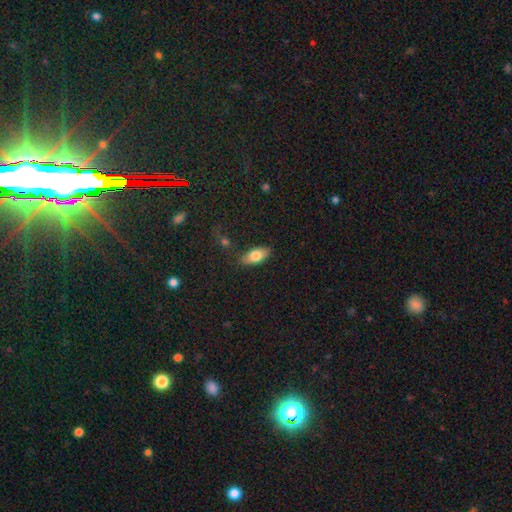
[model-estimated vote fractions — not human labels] Smooth or featured?
  - smooth: 75% *
  - featured or disk: 18%
  - star or artifact: 7%
How rounded?
  - in between: 84% *
  - cigar-shaped: 13%
  - round: 3%
Merging?
  - none: 82% *
  - minor disturbance: 12%
  - merger: 3%
  - major disturbance: 3%